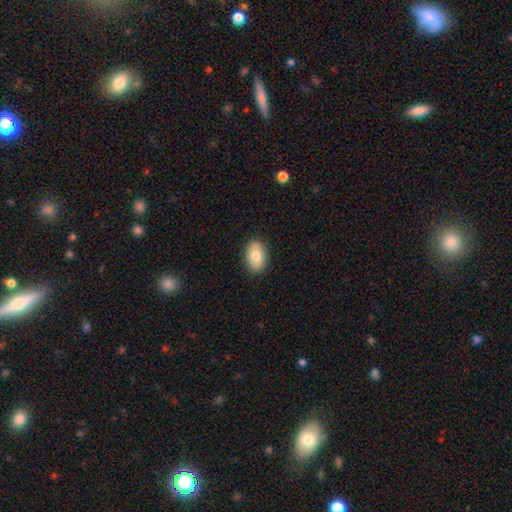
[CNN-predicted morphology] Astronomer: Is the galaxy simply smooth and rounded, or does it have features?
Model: smooth — 80%.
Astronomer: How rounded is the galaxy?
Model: in between — 88%.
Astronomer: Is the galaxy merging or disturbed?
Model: none — 89%.